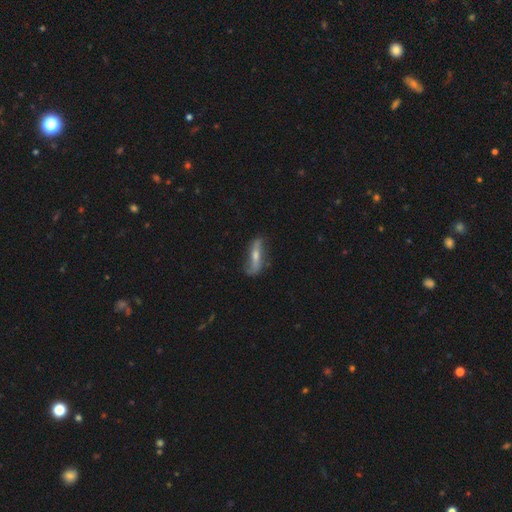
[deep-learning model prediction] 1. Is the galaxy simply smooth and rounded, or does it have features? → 59% featured or disk, 34% smooth, 7% star or artifact.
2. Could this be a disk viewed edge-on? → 58% no, 42% yes.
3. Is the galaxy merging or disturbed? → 65% none, 24% minor disturbance, 9% major disturbance, 2% merger.